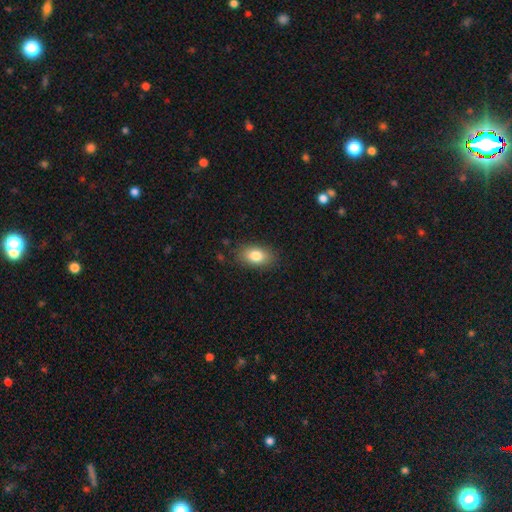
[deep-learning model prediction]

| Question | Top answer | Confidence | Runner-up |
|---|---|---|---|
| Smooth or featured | smooth | 82% | featured or disk (10%) |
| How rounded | in between | 88% | round (9%) |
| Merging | none | 85% | minor disturbance (11%) |